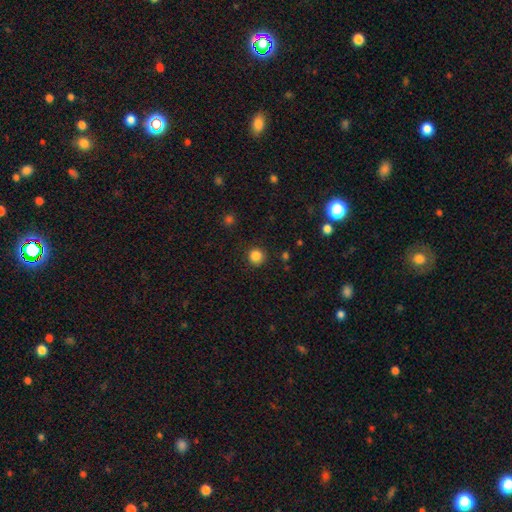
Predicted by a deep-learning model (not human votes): This is clearly a smooth galaxy (85%). How rounded: clearly round (94%). Merging: clearly none (90%).